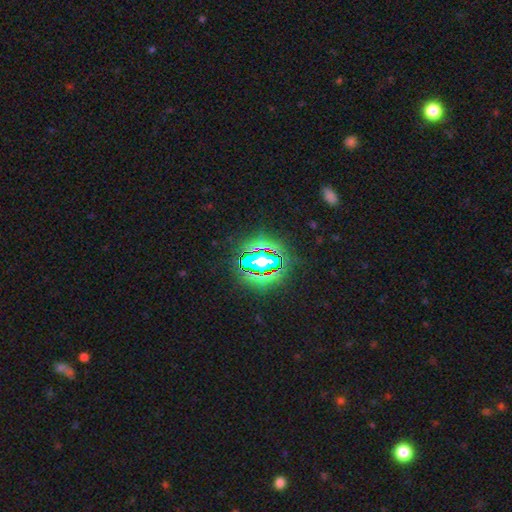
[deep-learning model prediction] A star or artifact, not a galaxy (68%).

Vote fractions:
- Smooth or featured? star or artifact: 68% / smooth: 20% / featured or disk: 12%